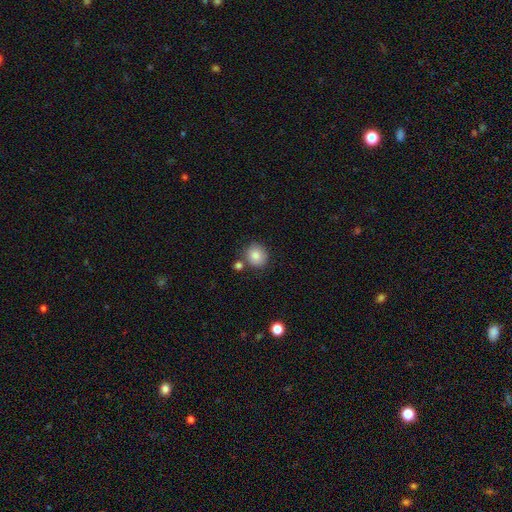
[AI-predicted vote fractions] Smooth or featured? smooth (84%)
How rounded? round (83%)
Merging? none (75%)